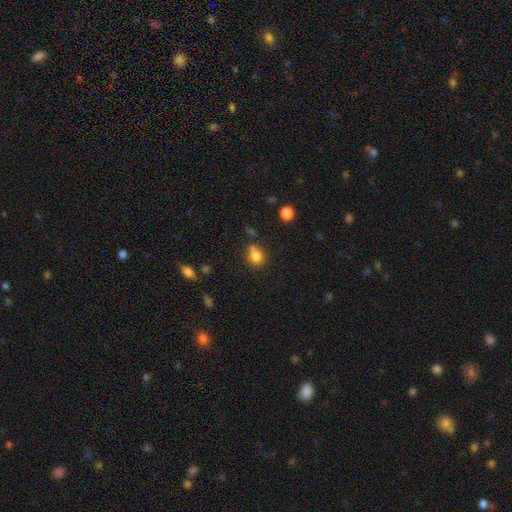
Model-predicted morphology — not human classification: Smooth or featured? Predicted: smooth (p=0.80). How rounded? Predicted: round (p=0.67). Merging? Predicted: none (p=0.56).